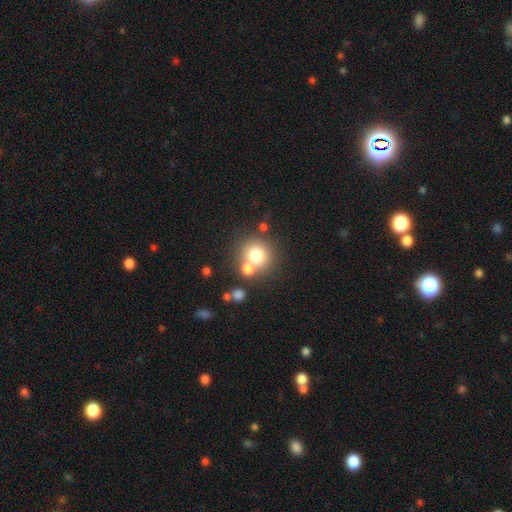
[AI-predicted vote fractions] Q: Smooth or featured?
A: smooth (74%); runner-up: featured or disk (14%)
Q: How rounded?
A: round (89%); runner-up: in between (10%)
Q: Merging?
A: none (58%); runner-up: merger (29%)